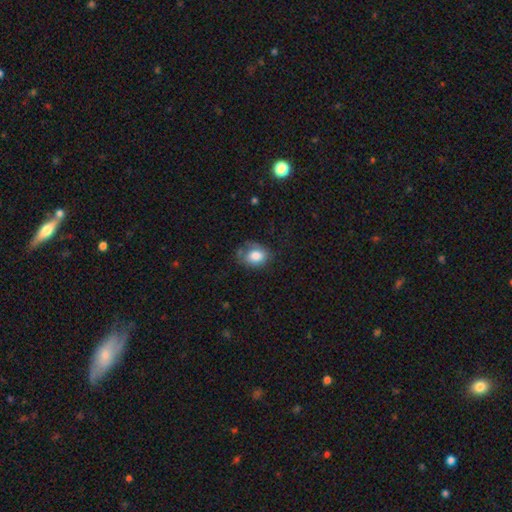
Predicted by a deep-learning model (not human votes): smooth 78%, featured or disk 14%, star or artifact 8%. Down the decision tree: how rounded — in between (63%); merging — none (50%).